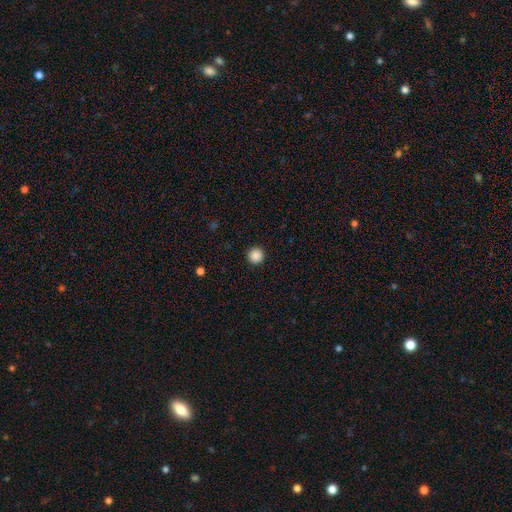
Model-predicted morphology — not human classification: This is clearly a smooth galaxy (88%). How rounded: clearly round (96%). Merging: clearly none (93%).